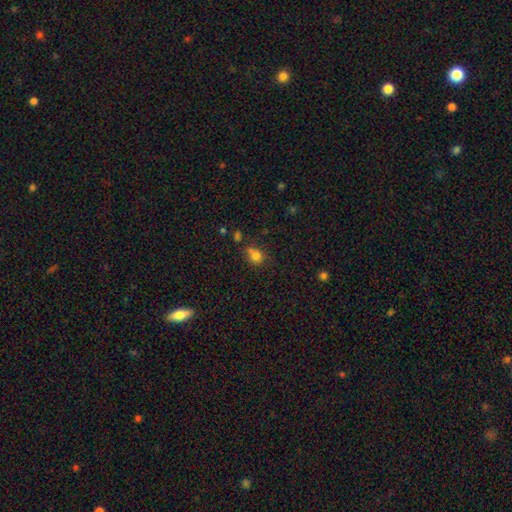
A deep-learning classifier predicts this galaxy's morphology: smooth 78%, star or artifact 14%, featured or disk 8%. Down the decision tree: how rounded — round (72%); merging — none (52%).